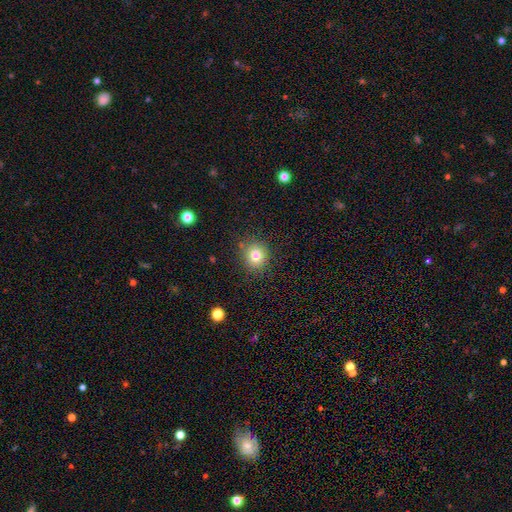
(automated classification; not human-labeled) This appears to be a smooth galaxy with no disk features (80%) that is round (80%). Merging: none (84%).